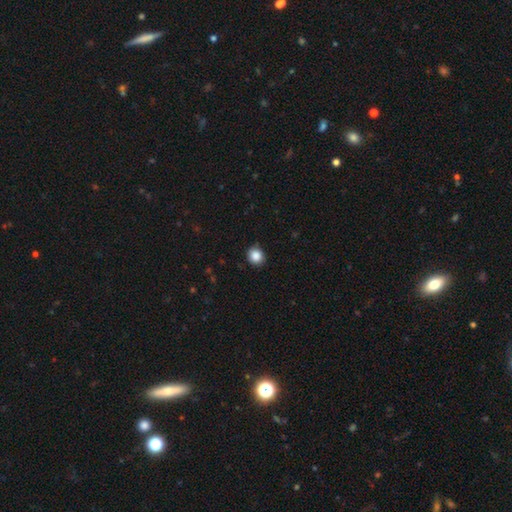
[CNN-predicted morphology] Overall: smooth (88%). How rounded: round (90%). Merging: none (88%).